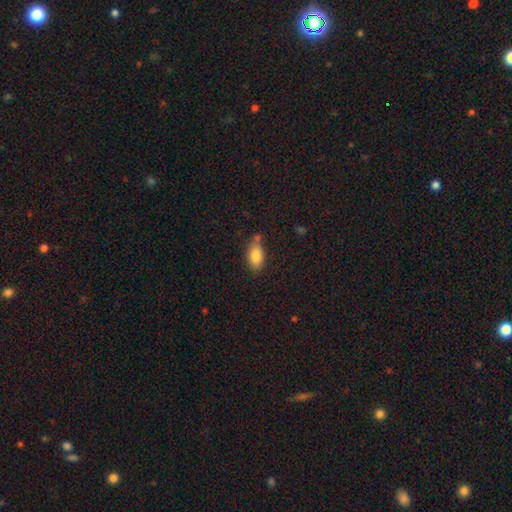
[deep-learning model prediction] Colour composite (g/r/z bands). It shows a smooth galaxy with no disk features (85%) that is in between round and cigar-shaped (91%). Merging: none (64%).